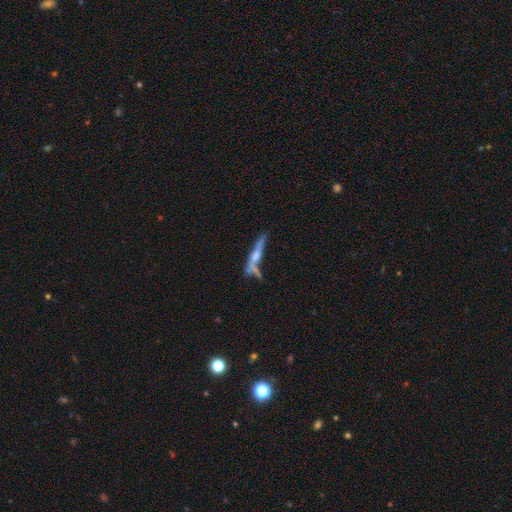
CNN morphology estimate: Q: Smooth or featured?
A: featured or disk (65%); runner-up: smooth (25%)
Q: Edge-on disk?
A: yes (91%); runner-up: no (9%)
Q: Edge-on bulge?
A: rounded (78%); runner-up: none (13%)
Q: Merging?
A: none (51%); runner-up: merger (19%)